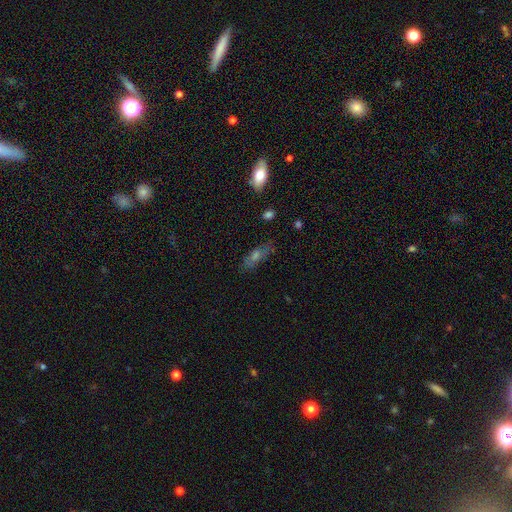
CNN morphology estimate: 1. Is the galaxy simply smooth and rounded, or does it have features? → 46% smooth, 37% featured or disk, 17% star or artifact.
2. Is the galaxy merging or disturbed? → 75% none, 17% minor disturbance, 6% major disturbance, 3% merger.